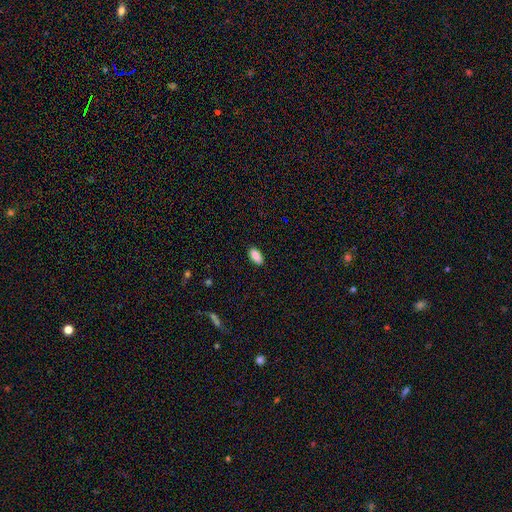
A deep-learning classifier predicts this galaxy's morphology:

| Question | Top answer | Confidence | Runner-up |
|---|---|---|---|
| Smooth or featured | smooth | 89% | star or artifact (7%) |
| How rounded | in between | 91% | cigar-shaped (6%) |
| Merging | none | 87% | minor disturbance (10%) |